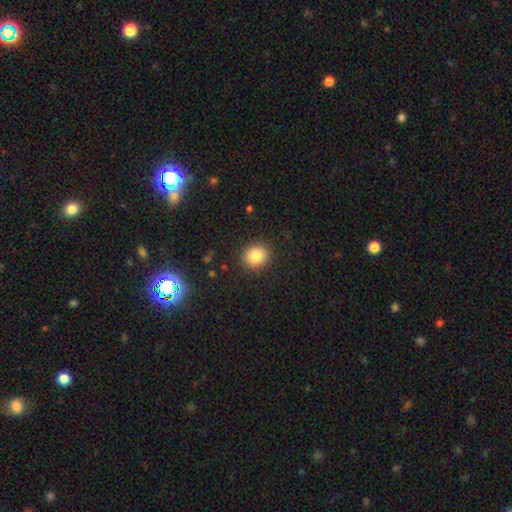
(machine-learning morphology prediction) Smooth or featured? Predicted: smooth (p=0.85). How rounded? Predicted: round (p=0.83). Merging? Predicted: none (p=0.89).